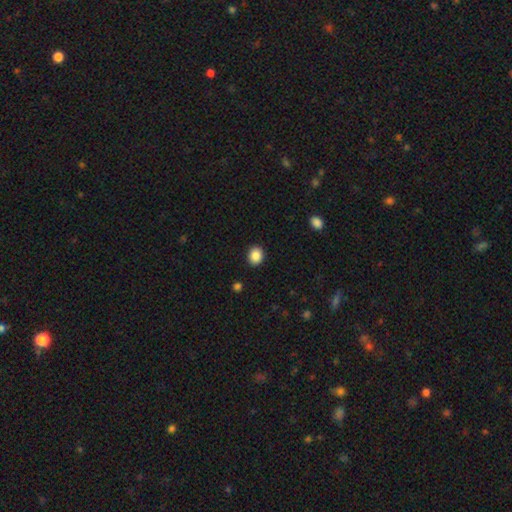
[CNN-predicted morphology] The model was most divided on "how rounded": round: 58%, in between: 41%, cigar-shaped: 1%. More confident: merging — none (91%); smooth or featured — smooth (88%).